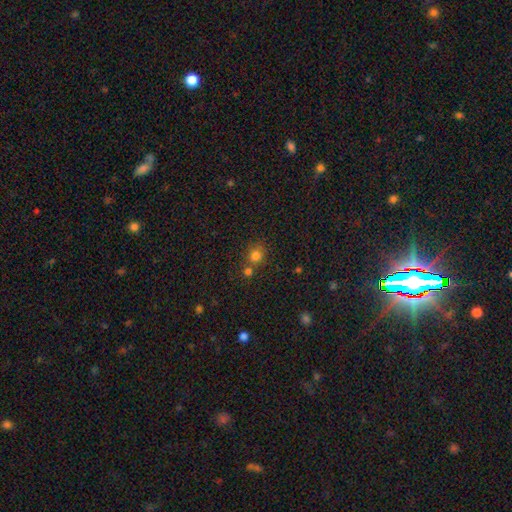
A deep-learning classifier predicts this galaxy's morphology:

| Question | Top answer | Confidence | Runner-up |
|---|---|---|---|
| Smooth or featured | smooth | 77% | star or artifact (16%) |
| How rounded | round | 83% | in between (16%) |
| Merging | none | 59% | merger (28%) |